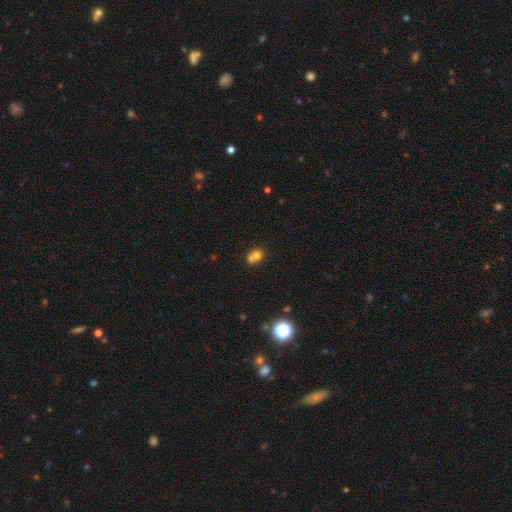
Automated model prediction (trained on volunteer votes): Morphology: type=smooth (69%); roundness=round (65%); merging=merger (57%).